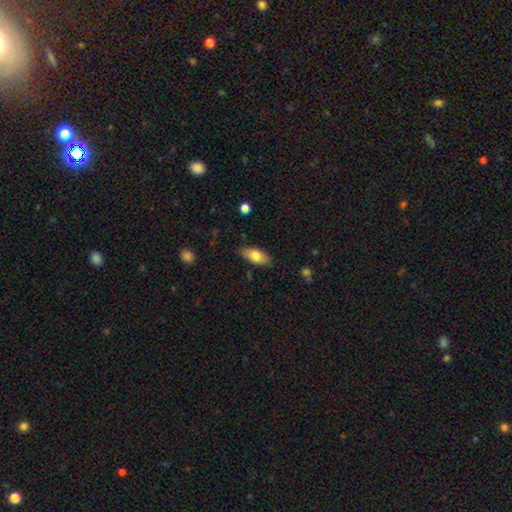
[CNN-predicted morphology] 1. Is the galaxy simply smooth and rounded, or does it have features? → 77% smooth, 17% featured or disk, 7% star or artifact.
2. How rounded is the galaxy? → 87% in between, 10% cigar-shaped, 3% round.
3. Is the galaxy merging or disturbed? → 82% none, 14% minor disturbance, 2% major disturbance, 1% merger.